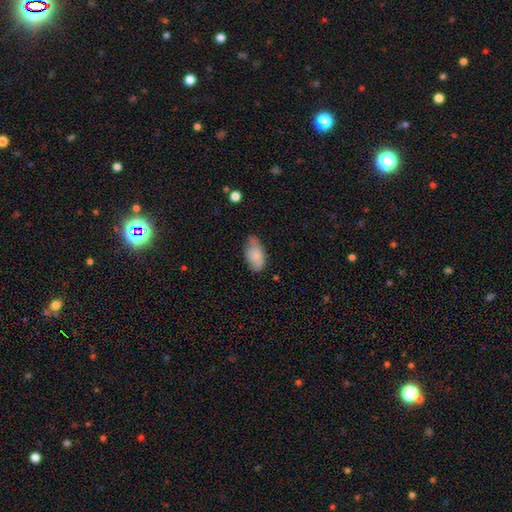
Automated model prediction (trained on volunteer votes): Overall: smooth (79%). How rounded: in between (94%). Merging: none (56%; minor disturbance 34%).